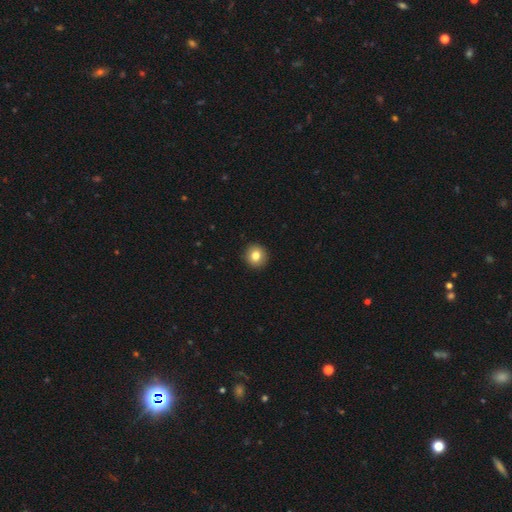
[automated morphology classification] smooth_or_featured: smooth (p=0.81) [alt: star or artifact p=0.10]
how_rounded: round (p=0.92) [alt: in between p=0.07]
merging: none (p=0.93) [alt: minor disturbance p=0.05]